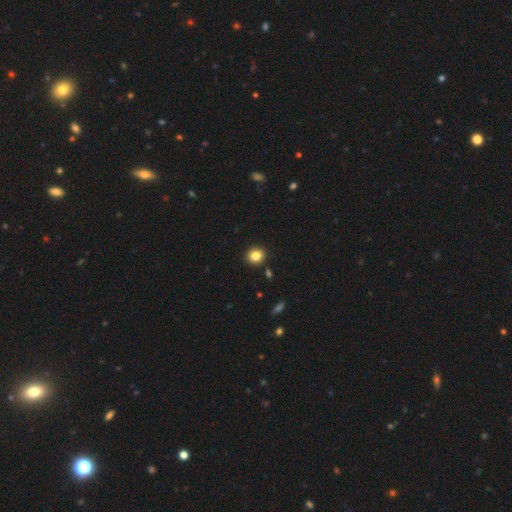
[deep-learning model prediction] This appears to be a smooth galaxy with no disk features (84%) that is round (72%). Merging: none (90%).